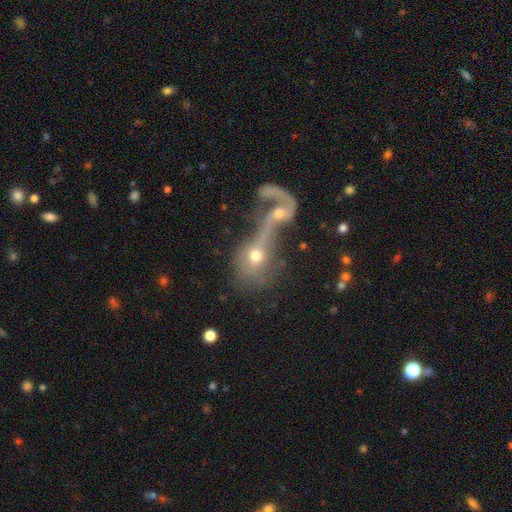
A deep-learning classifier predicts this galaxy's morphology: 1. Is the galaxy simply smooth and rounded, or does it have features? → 46% smooth, 42% featured or disk, 12% star or artifact.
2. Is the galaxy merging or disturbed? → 71% merger, 13% major disturbance, 12% none, 5% minor disturbance.